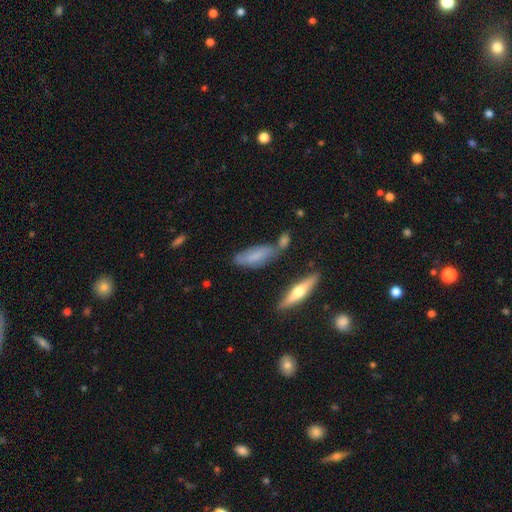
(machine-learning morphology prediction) Smooth or featured?
  - smooth: 60% *
  - featured or disk: 31%
  - star or artifact: 9%
How rounded?
  - in between: 64% *
  - cigar-shaped: 33%
  - round: 3%
Merging?
  - none: 57% *
  - minor disturbance: 24%
  - merger: 13%
  - major disturbance: 7%